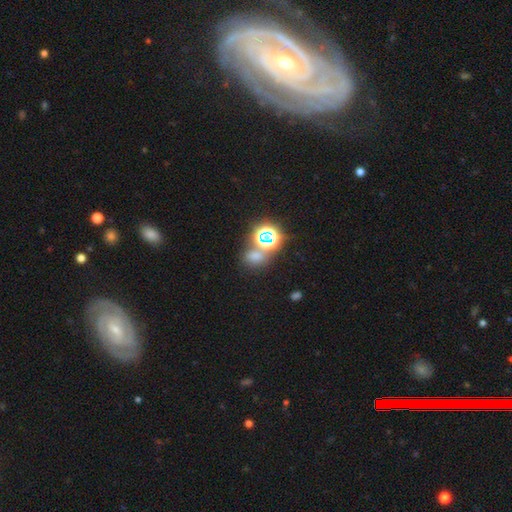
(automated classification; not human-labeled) Q: Smooth or featured?
A: smooth (49%); runner-up: star or artifact (44%)
Q: Merging?
A: none (60%); runner-up: merger (24%)